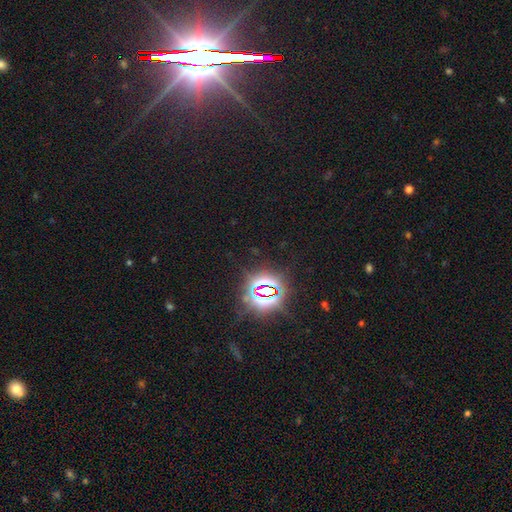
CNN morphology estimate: star or artifact 84%, smooth 9%, featured or disk 7%.